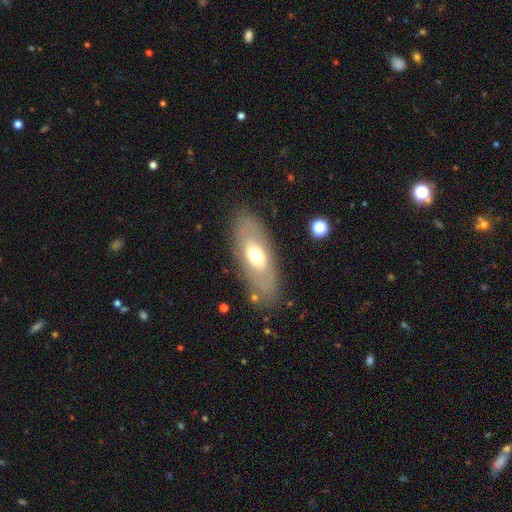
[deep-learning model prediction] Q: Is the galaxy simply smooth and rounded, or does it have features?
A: smooth — 50%.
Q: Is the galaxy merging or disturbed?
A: none — 81%.